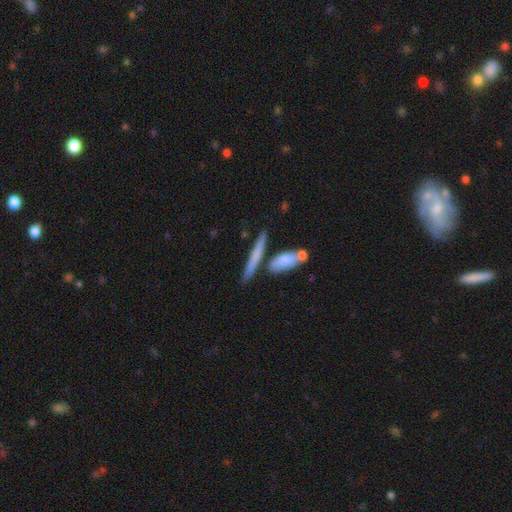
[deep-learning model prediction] Smooth or featured: smooth — 56% (featured or disk — 37%)
How rounded: cigar-shaped — 88% (in between — 9%)
Merging: none — 70% (merger — 14%)